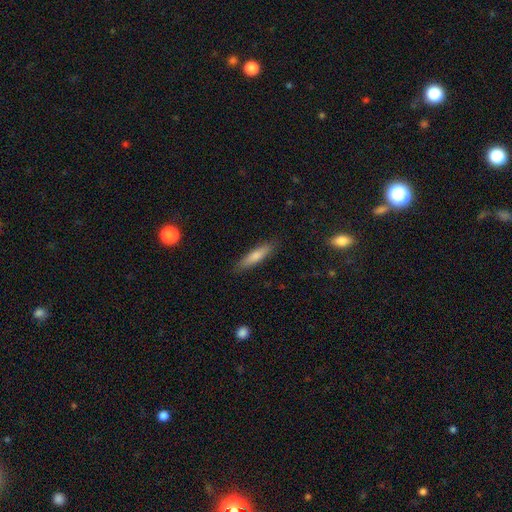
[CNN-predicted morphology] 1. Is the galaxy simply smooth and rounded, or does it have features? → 67% smooth, 25% featured or disk, 8% star or artifact.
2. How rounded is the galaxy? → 82% cigar-shaped, 16% in between, 2% round.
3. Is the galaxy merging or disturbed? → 88% none, 9% minor disturbance, 2% major disturbance, 1% merger.